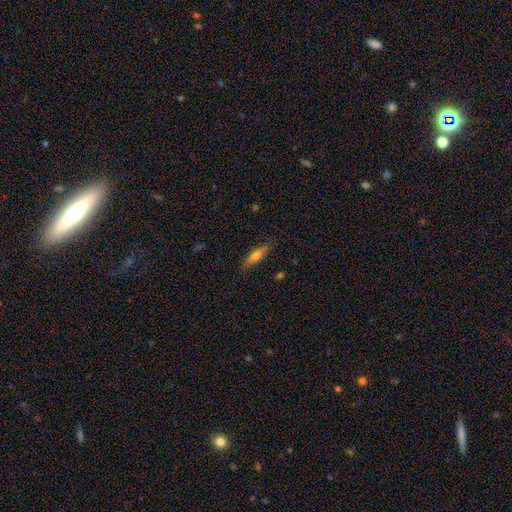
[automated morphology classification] This is possibly a smooth galaxy (56%). How rounded: likely cigar-shaped (66%). Merging: clearly none (84%).